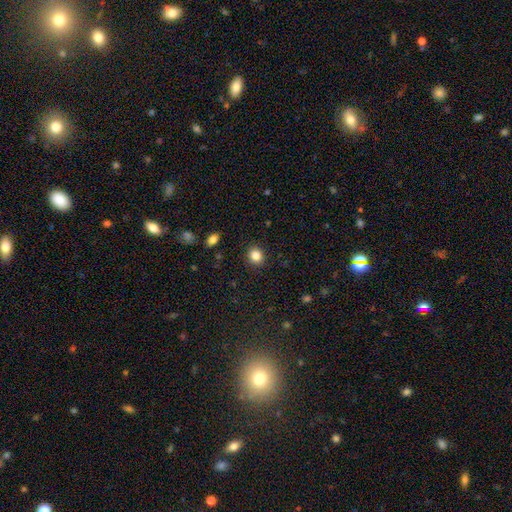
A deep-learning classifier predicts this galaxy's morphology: A smooth galaxy with no disk features (84%) that is round (79%).

Vote fractions:
- Smooth or featured? smooth: 84% / star or artifact: 11% / featured or disk: 5%
- How rounded? round: 79% / in between: 21% / cigar-shaped: 1%
- Merging? none: 90% / minor disturbance: 7% / major disturbance: 2% / merger: 1%